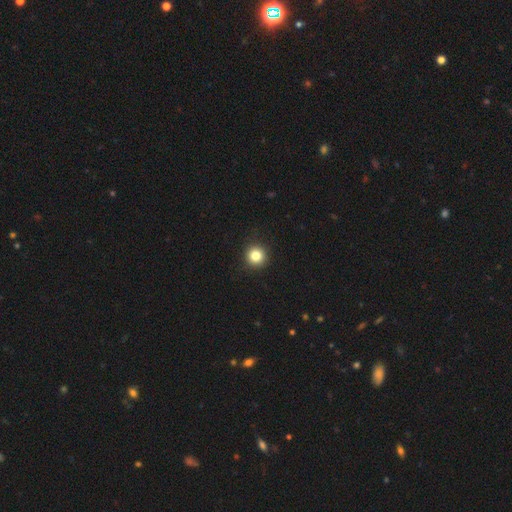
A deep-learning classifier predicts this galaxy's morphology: Smooth or featured: smooth — 83% (star or artifact — 11%)
How rounded: round — 95% (in between — 4%)
Merging: none — 92% (minor disturbance — 5%)